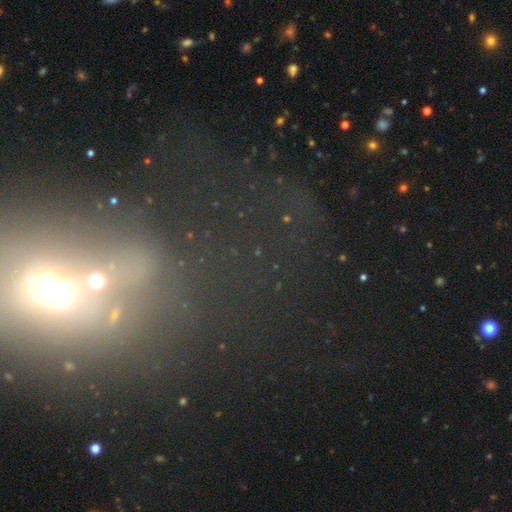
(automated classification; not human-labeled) A star or artifact, not a galaxy (45%).